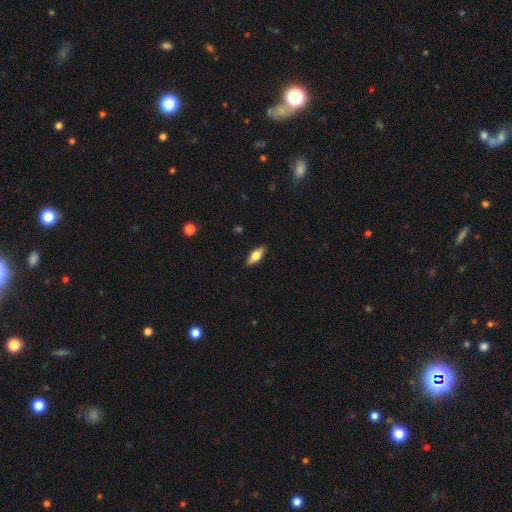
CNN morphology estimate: type=smooth (61%); roundness=in between (76%); merging=none (88%).